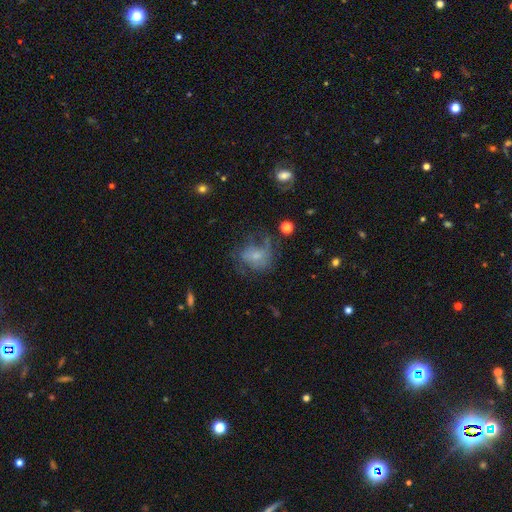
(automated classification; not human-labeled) Overall: smooth (44%; featured or disk 43%). Merging: none (38%; major disturbance 35%).